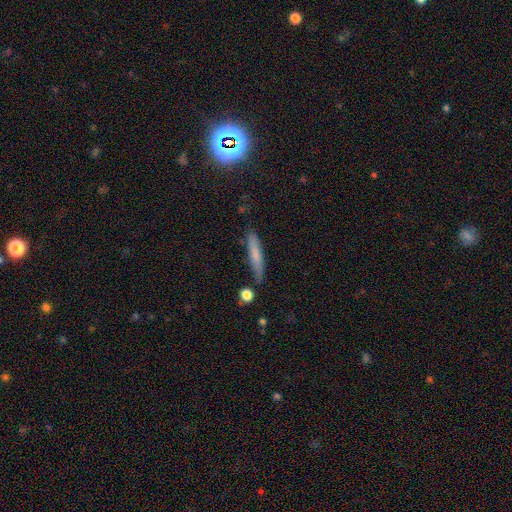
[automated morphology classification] smooth_or_featured: smooth (p=0.73) [alt: featured or disk p=0.21]
how_rounded: cigar-shaped (p=0.88) [alt: in between p=0.10]
merging: none (p=0.76) [alt: minor disturbance p=0.16]